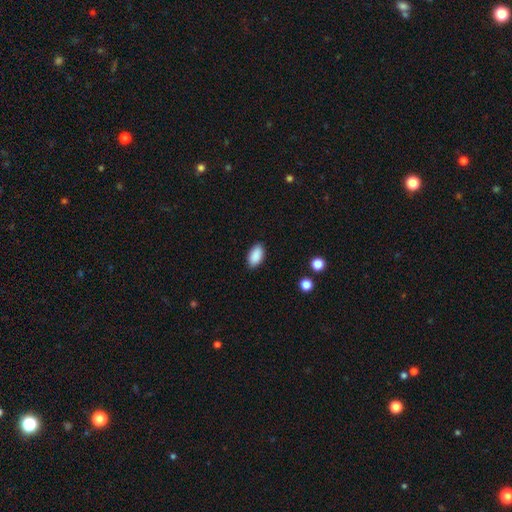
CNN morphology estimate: This is clearly a smooth galaxy (90%). How rounded: clearly in between (94%). Merging: clearly none (87%).